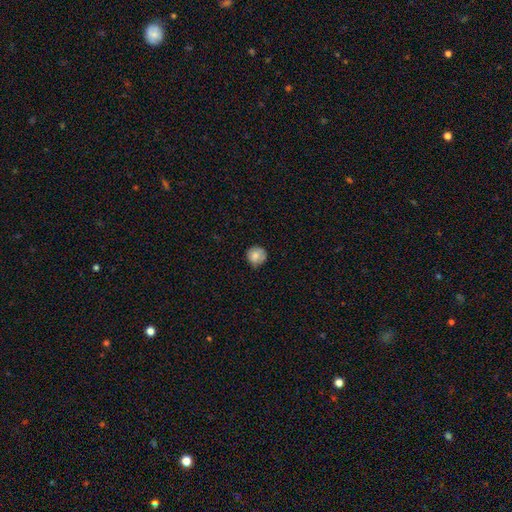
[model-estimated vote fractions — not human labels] This appears to be a smooth galaxy with no disk features (79%) that is round (90%). Merging: none (72%).